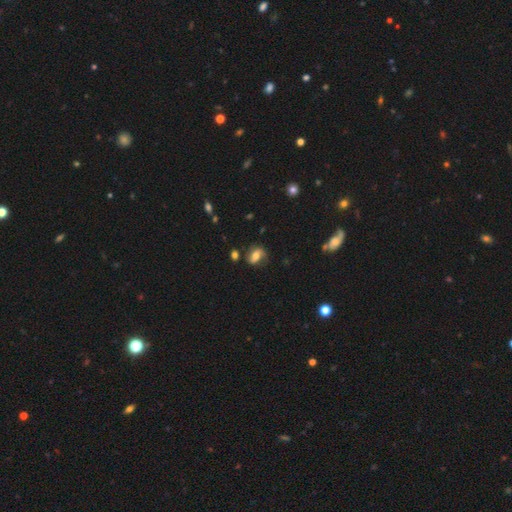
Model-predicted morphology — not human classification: Q: Smooth or featured?
A: smooth (51%); runner-up: featured or disk (39%)
Q: How rounded?
A: in between (77%); runner-up: round (20%)
Q: Merging?
A: none (62%); runner-up: minor disturbance (24%)